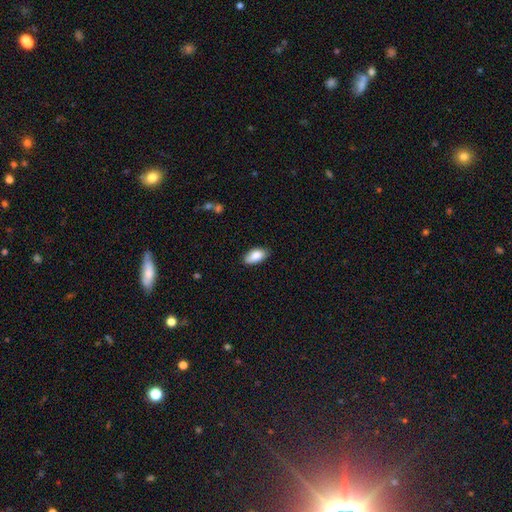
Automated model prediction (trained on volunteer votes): A smooth galaxy with no disk features (87%) that is in between round and cigar-shaped (93%).

Vote fractions:
- Smooth or featured? smooth: 87% / featured or disk: 7% / star or artifact: 6%
- How rounded? in between: 93% / cigar-shaped: 4% / round: 3%
- Merging? none: 82% / minor disturbance: 14% / major disturbance: 2% / merger: 1%